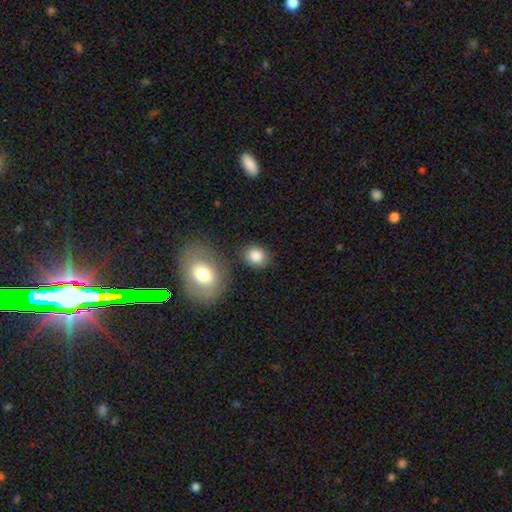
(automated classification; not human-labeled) smooth_or_featured: smooth (p=0.84) [alt: star or artifact p=0.09]
how_rounded: round (p=0.51) [alt: in between p=0.48]
merging: none (p=0.81) [alt: minor disturbance p=0.10]